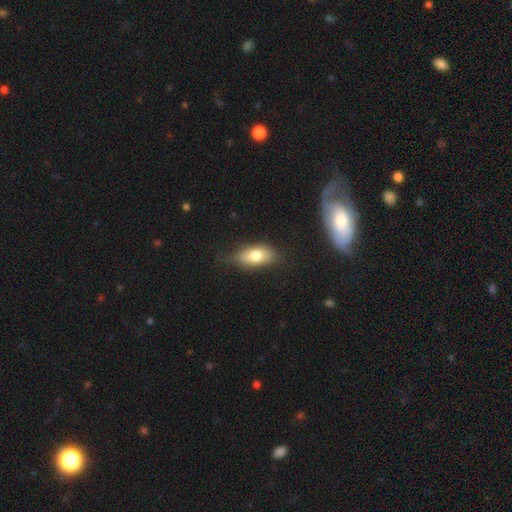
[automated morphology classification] type=smooth (75%); roundness=in between (88%); merging=none (68%).